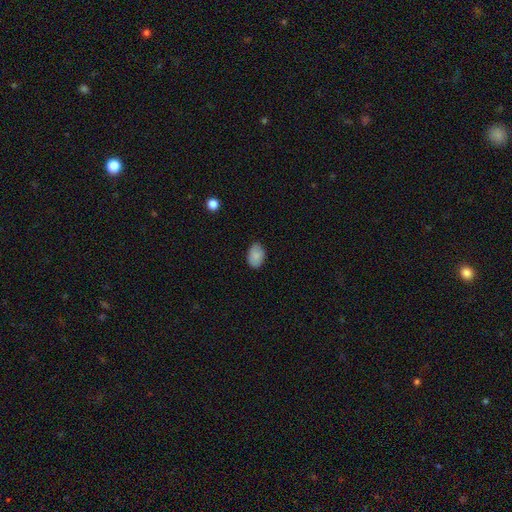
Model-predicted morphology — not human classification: A smooth galaxy with no disk features (86%) that is in between round and cigar-shaped (85%). Merging: none (82%).